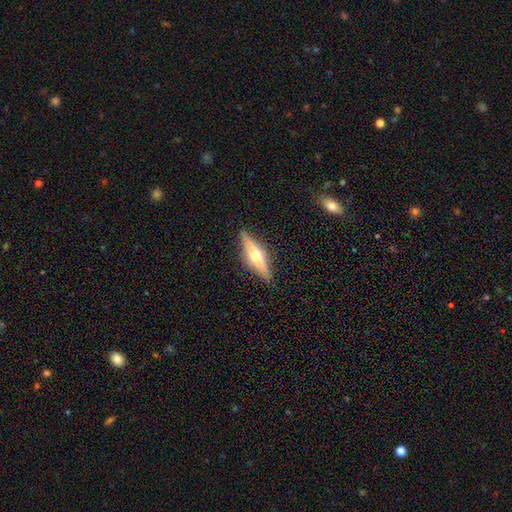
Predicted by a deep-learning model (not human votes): Smooth or featured? Predicted: featured or disk (p=0.59). Edge-on disk? Predicted: yes (p=0.93). Edge-on bulge? Predicted: rounded (p=0.85). Merging? Predicted: none (p=0.86).